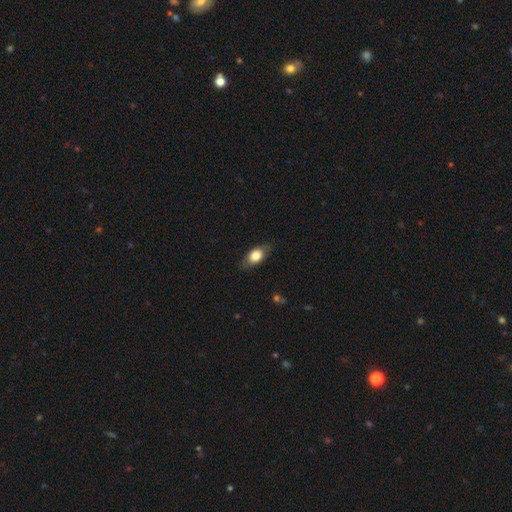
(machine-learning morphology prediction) smooth 76%, featured or disk 17%, star or artifact 7%. Down the decision tree: how rounded — in between (81%); merging — none (77%).